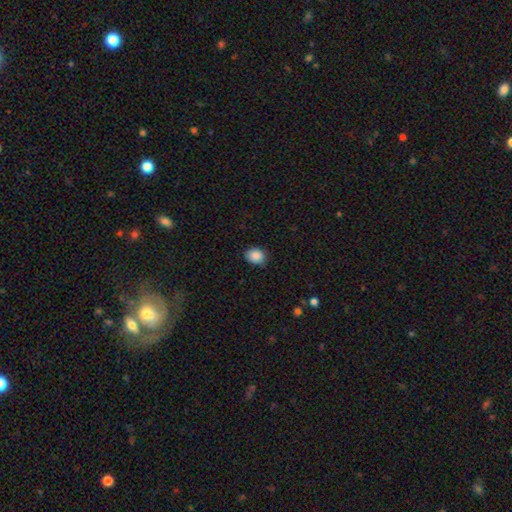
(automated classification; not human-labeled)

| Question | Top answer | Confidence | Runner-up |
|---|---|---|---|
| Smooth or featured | smooth | 88% | star or artifact (8%) |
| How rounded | in between | 55% | round (45%) |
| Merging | none | 82% | minor disturbance (14%) |